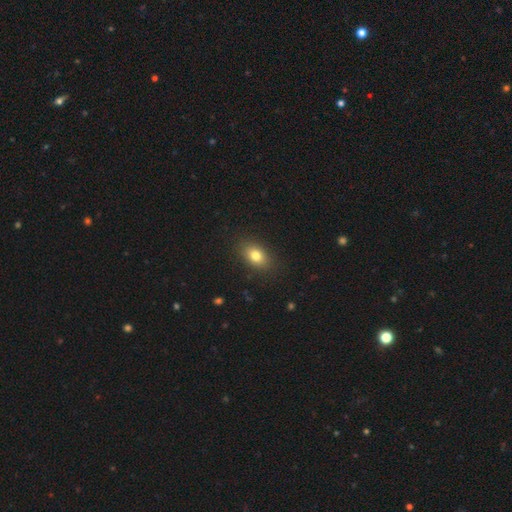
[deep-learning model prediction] Smooth or featured? Predicted: smooth (p=0.79). How rounded? Predicted: in between (p=0.79). Merging? Predicted: none (p=0.87).